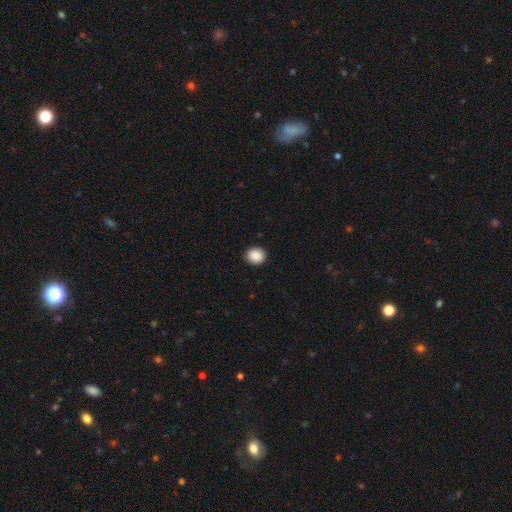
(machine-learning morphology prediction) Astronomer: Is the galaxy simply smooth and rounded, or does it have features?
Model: smooth — 89%.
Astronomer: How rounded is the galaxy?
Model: round — 79%.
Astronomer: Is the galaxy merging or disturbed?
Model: none — 91%.